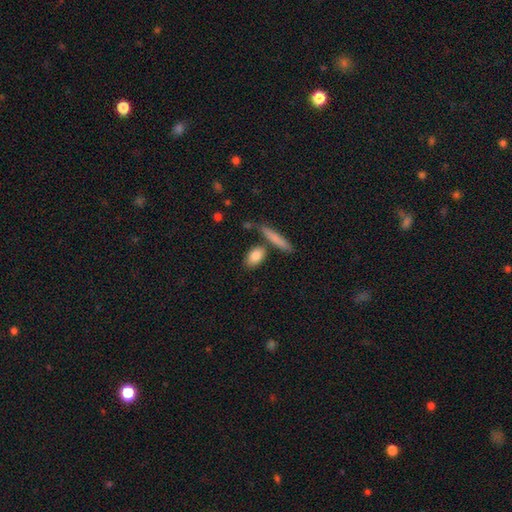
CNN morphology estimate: This is clearly a smooth galaxy (83%). How rounded: likely in between (79%). Merging: likely none (69%).